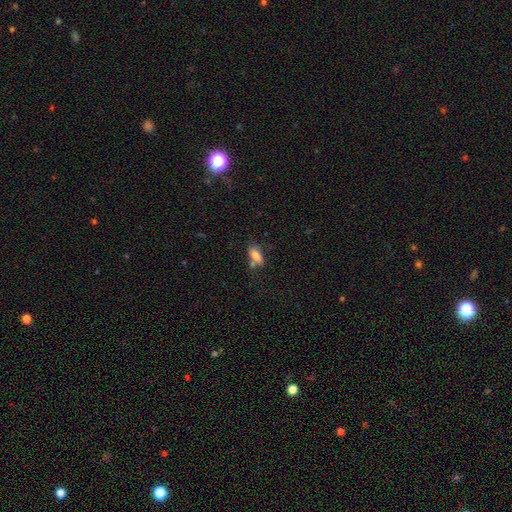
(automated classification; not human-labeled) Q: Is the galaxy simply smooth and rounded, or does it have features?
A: smooth — 77%.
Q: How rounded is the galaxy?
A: in between — 82%.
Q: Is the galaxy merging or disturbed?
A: none — 51%.